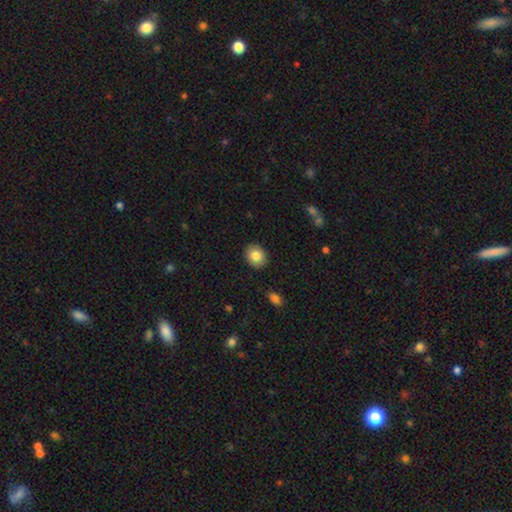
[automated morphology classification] Smooth or featured? Predicted: smooth (p=0.82). How rounded? Predicted: round (p=0.53). Merging? Predicted: none (p=0.89).